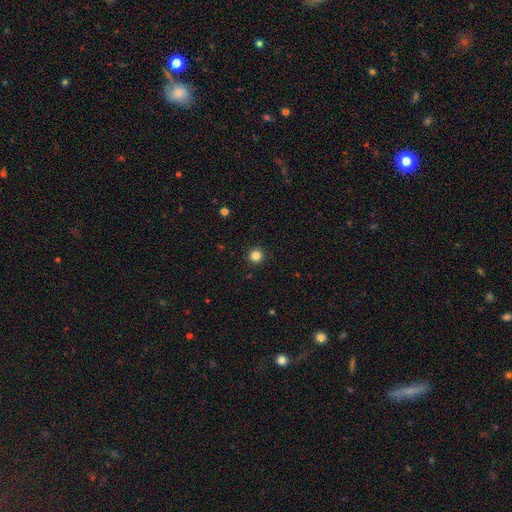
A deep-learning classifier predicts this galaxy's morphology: Q: Smooth or featured?
A: smooth (84%); runner-up: star or artifact (12%)
Q: How rounded?
A: round (96%); runner-up: in between (3%)
Q: Merging?
A: none (93%); runner-up: minor disturbance (4%)